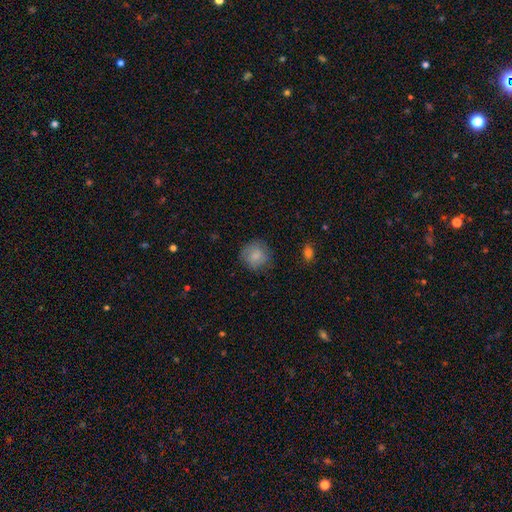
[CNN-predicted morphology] Smooth or featured?
  - smooth: 83% *
  - featured or disk: 9%
  - star or artifact: 8%
How rounded?
  - round: 89% *
  - in between: 10%
  - cigar-shaped: 1%
Merging?
  - none: 78% *
  - minor disturbance: 16%
  - major disturbance: 5%
  - merger: 1%